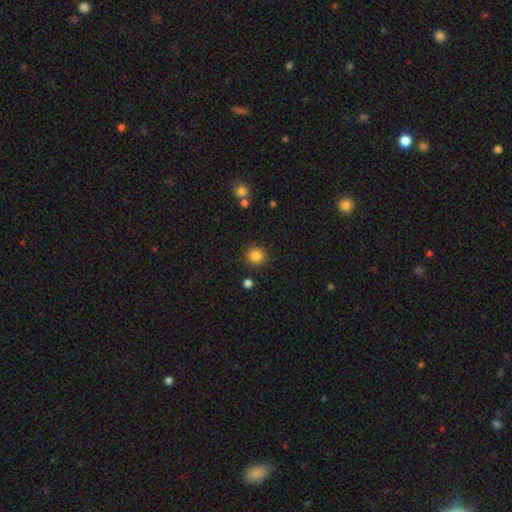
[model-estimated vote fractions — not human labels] A smooth galaxy with no disk features (85%) that is round (91%). Merging: none (88%).